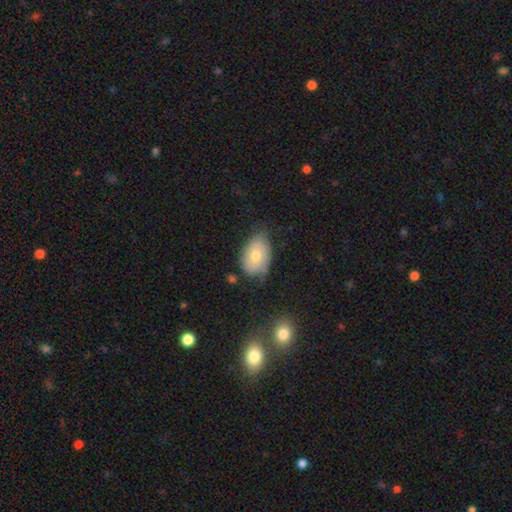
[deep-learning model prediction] Smooth or featured: smooth — 69% (featured or disk — 23%)
How rounded: in between — 85% (round — 14%)
Merging: none — 59% (minor disturbance — 32%)